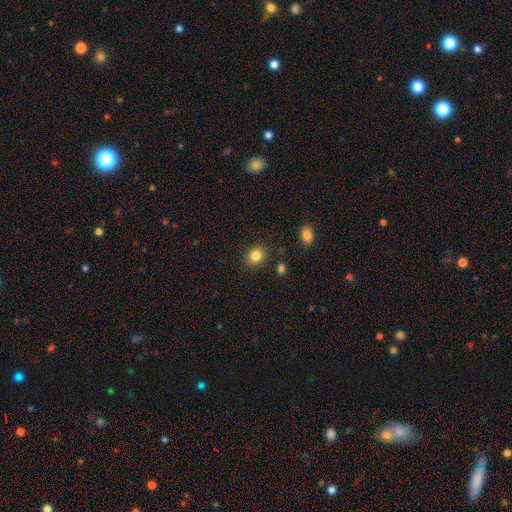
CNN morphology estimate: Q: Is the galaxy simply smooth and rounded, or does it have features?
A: smooth — 84%.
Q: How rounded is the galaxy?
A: round — 56%.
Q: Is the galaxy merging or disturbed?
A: none — 85%.